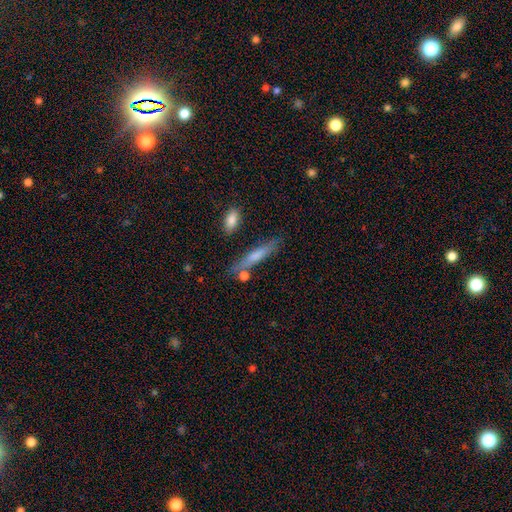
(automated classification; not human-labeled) Smooth or featured: smooth — 59% (featured or disk — 33%)
How rounded: cigar-shaped — 90% (in between — 8%)
Merging: none — 76% (minor disturbance — 14%)